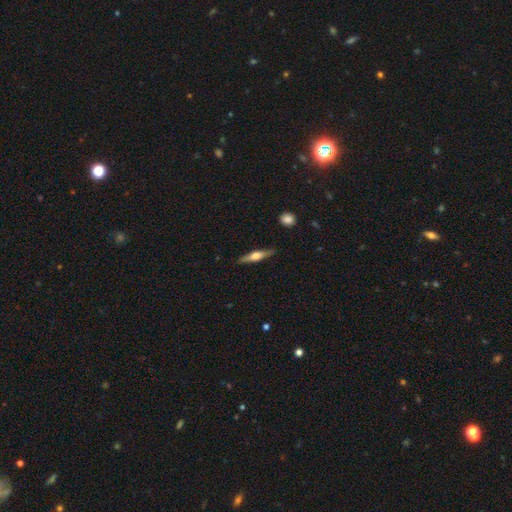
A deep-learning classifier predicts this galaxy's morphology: A featured or disk galaxy (65%) viewed edge-on (97%) with a rounded central bulge (85%). Merging: none (88%).